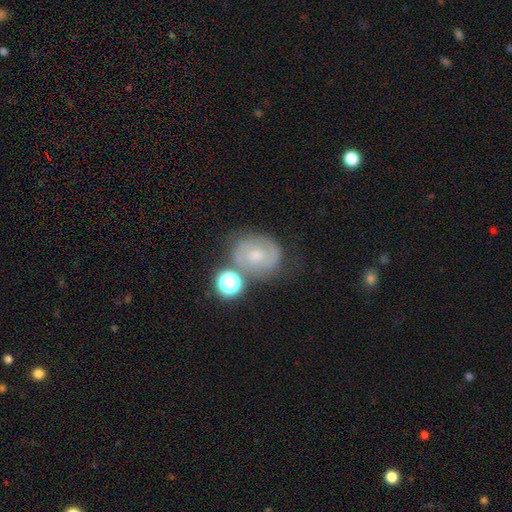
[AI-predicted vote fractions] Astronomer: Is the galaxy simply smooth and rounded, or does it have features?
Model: featured or disk — 57%.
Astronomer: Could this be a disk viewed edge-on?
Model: no — 97%.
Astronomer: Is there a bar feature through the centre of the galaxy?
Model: no — 54% (runner-up: weak, 38%).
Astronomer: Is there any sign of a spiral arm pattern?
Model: yes — 84%.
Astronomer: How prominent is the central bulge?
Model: small — 45% (runner-up: moderate, 43%).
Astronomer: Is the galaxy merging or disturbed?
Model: none — 62%.